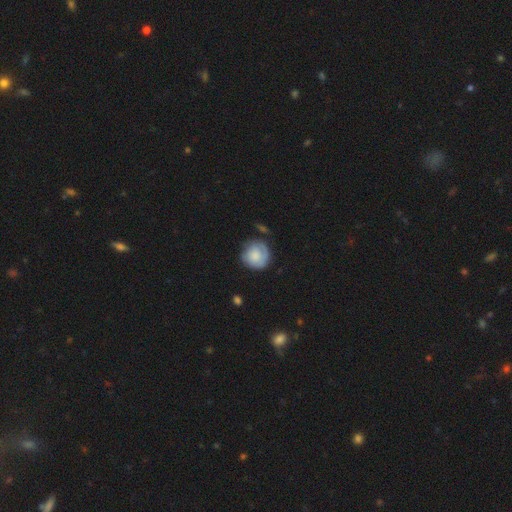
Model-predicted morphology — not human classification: This appears to be a smooth galaxy with no disk features (58%) that is round (89%). Merging: none (68%).